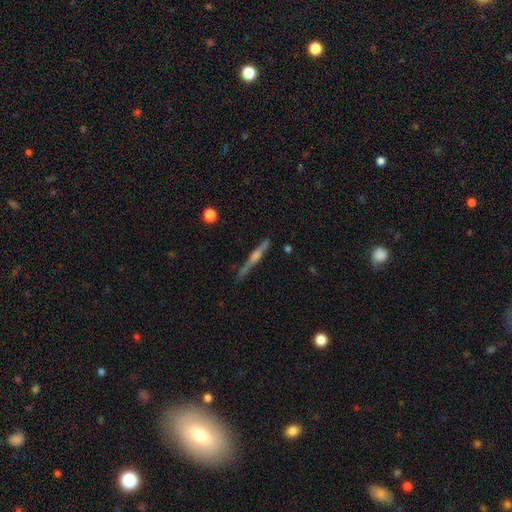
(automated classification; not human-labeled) smooth-or-featured: featured or disk: 73% | smooth: 20% | star or artifact: 7%
  disk-edge-on: yes: 97% | no: 3%
    edge-on-bulge: rounded: 69% | boxy: 17% | none: 15%
  merging: none: 83% | minor disturbance: 12% | major disturbance: 3% | merger: 2%